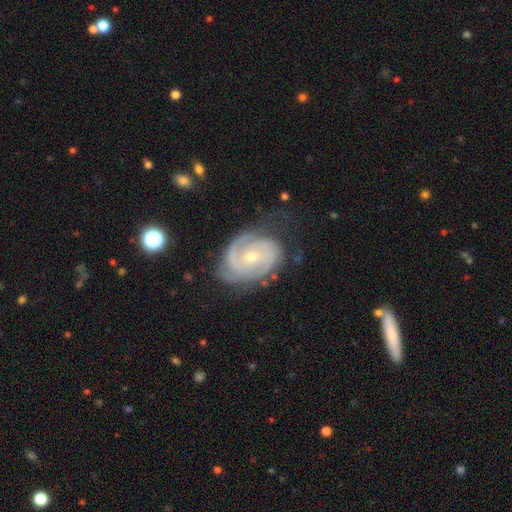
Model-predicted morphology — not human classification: Overall: featured or disk (87%). Edge-on disk: no (97%). Bar: no (61%; weak 31%). Spiral arms: yes (97%). Spiral arm count: 2 (53%; can't tell 18%). Spiral winding: tight (65%; medium 29%). Bulge size: small (60%; moderate 37%). Merging: none (67%).